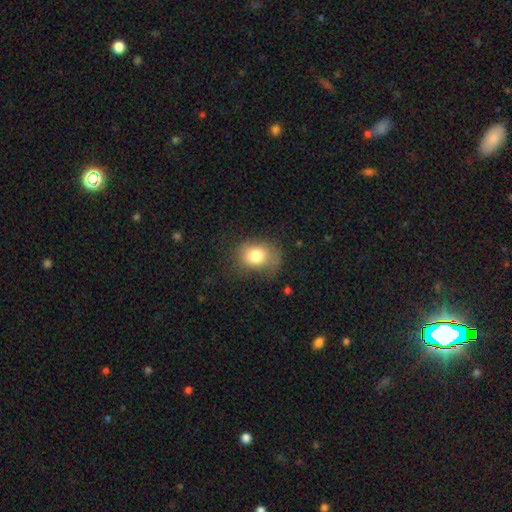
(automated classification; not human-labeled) Morphology: type=smooth (78%); roundness=in between (52%); merging=none (58%).